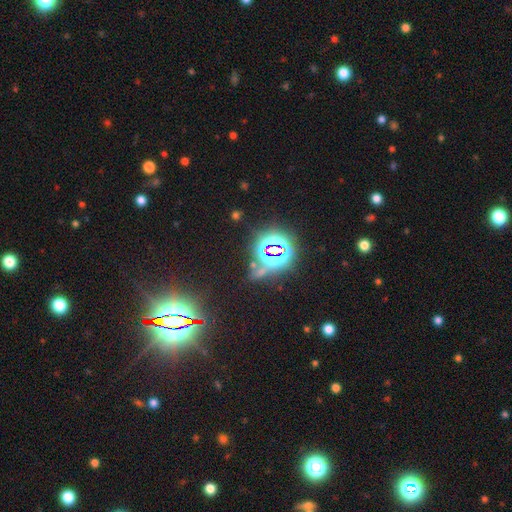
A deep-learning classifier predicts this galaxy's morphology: Q: Smooth or featured?
A: star or artifact (80%); runner-up: smooth (12%)